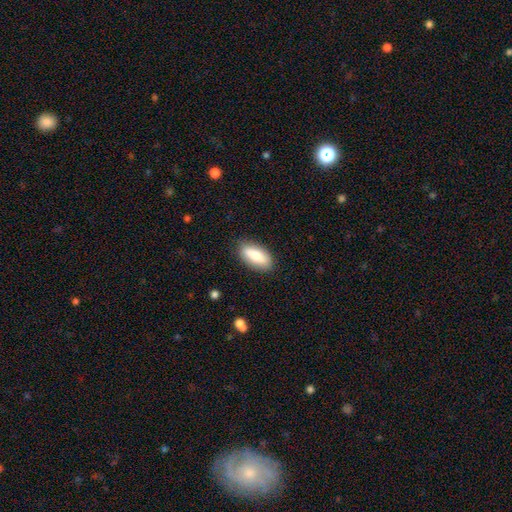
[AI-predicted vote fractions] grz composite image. It shows a smooth galaxy with no disk features (78%) that is in between round and cigar-shaped (82%). Merging: none (86%).